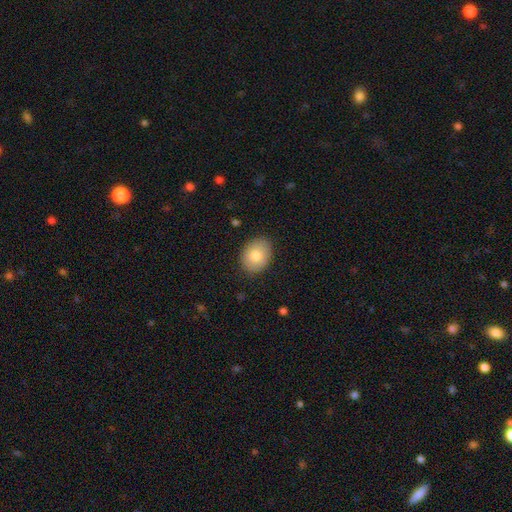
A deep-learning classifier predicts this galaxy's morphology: Smooth or featured? Predicted: smooth (p=0.80). How rounded? Predicted: in between (p=0.65). Merging? Predicted: none (p=0.86).